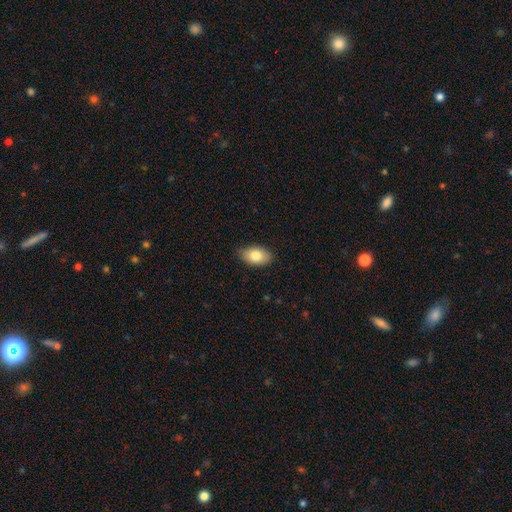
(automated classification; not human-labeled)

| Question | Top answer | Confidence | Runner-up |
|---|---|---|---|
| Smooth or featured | smooth | 81% | featured or disk (12%) |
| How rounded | in between | 91% | round (7%) |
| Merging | none | 82% | minor disturbance (14%) |